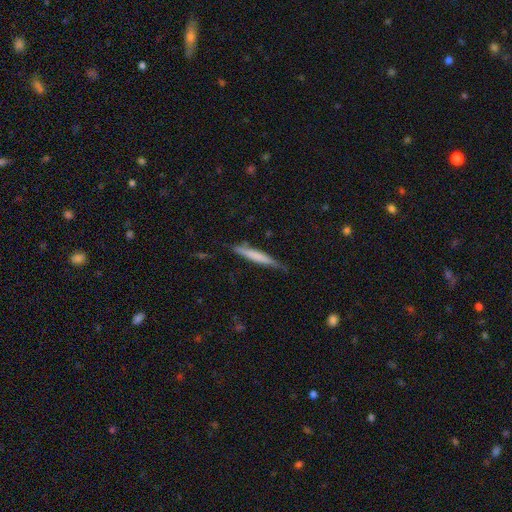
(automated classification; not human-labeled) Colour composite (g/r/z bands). It shows a smooth galaxy with no disk features (63%) that is cigar-shaped (95%). Merging: none (76%).